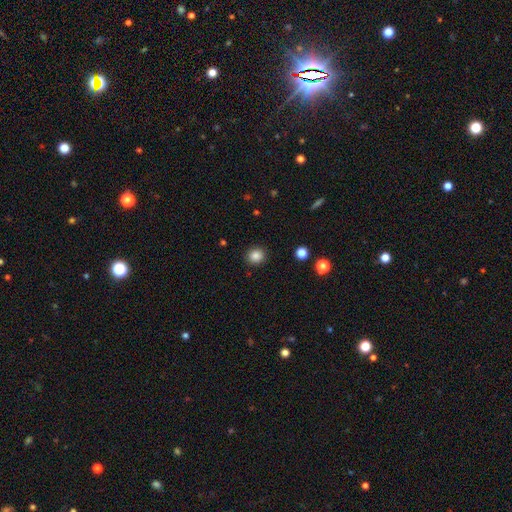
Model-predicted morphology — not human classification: A smooth galaxy with no disk features (85%) that is round (89%). Merging: none (91%).